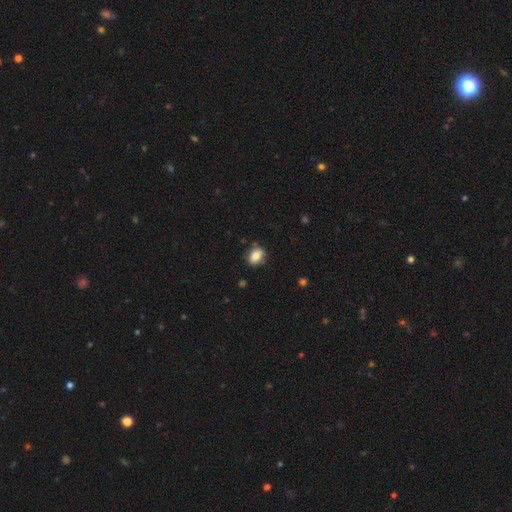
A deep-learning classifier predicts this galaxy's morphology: Overall: smooth (84%). How rounded: in between (74%). Merging: none (79%).